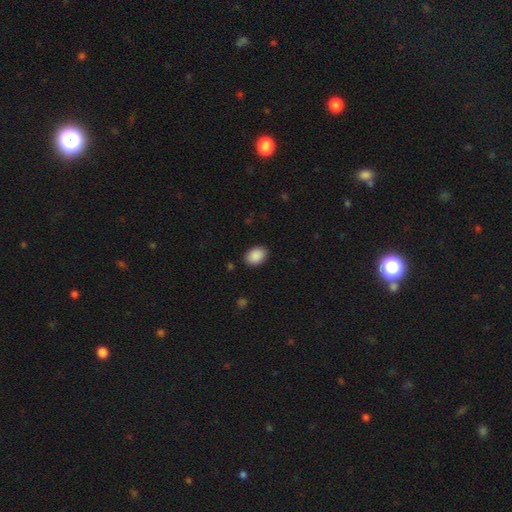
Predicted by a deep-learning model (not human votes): A smooth galaxy with no disk features (90%) that is in between round and cigar-shaped (79%).

Vote fractions:
- Smooth or featured? smooth: 90% / star or artifact: 7% / featured or disk: 3%
- How rounded? in between: 79% / round: 20% / cigar-shaped: 1%
- Merging? none: 88% / minor disturbance: 9% / major disturbance: 2% / merger: 1%